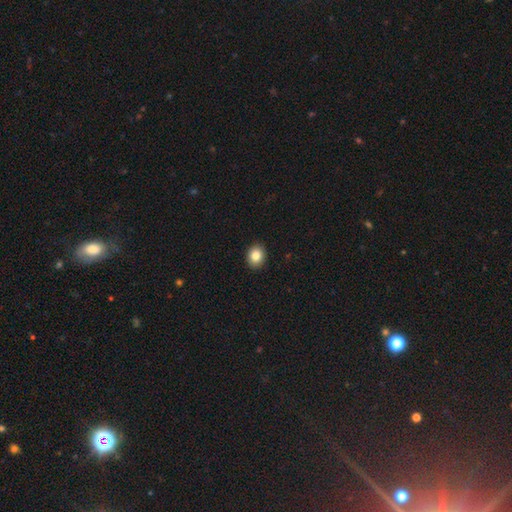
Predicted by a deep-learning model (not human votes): smooth 84%, star or artifact 9%, featured or disk 6%. Down the decision tree: how rounded — round (61%); merging — none (91%).